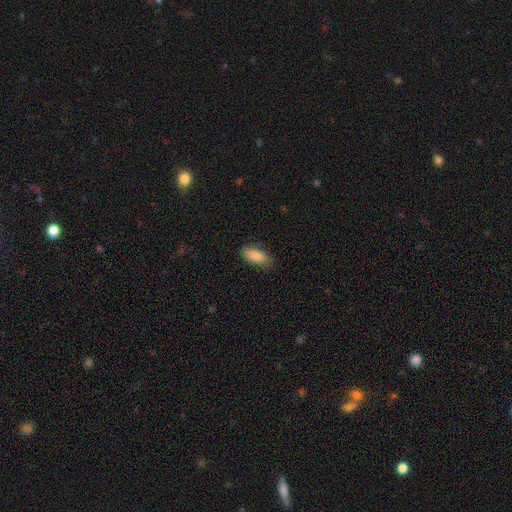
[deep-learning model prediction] Smooth or featured? smooth (87%)
How rounded? in between (87%)
Merging? none (83%)